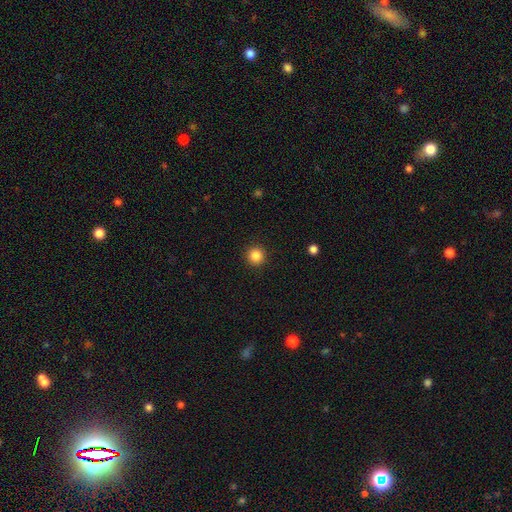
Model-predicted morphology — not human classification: A smooth galaxy with no disk features (85%) that is round (95%).

Vote fractions:
- Smooth or featured? smooth: 85% / star or artifact: 11% / featured or disk: 4%
- How rounded? round: 95% / in between: 4% / cigar-shaped: 1%
- Merging? none: 92% / minor disturbance: 5% / major disturbance: 2% / merger: 1%